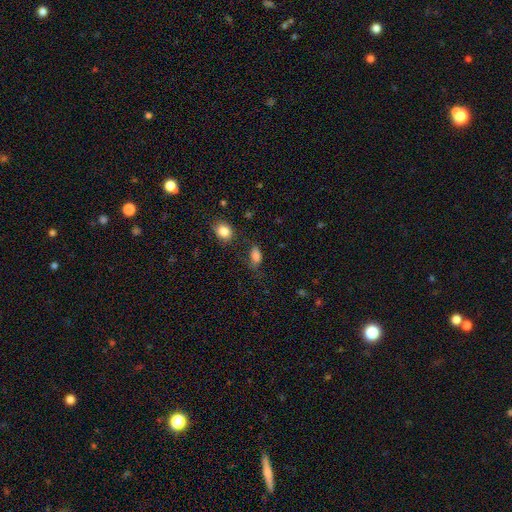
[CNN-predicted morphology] A smooth galaxy with no disk features (81%) that is in between round and cigar-shaped (85%). Merging: none (58%).